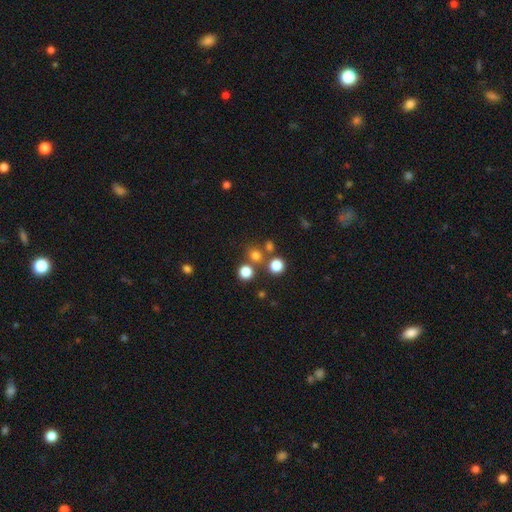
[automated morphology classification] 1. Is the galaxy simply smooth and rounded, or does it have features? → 71% smooth, 21% star or artifact, 7% featured or disk.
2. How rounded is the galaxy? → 85% round, 14% in between, 1% cigar-shaped.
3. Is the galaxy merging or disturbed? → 70% none, 18% merger, 8% minor disturbance, 4% major disturbance.